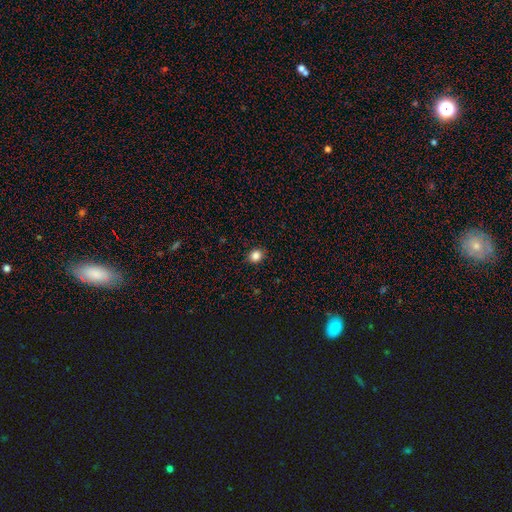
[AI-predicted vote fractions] Morphology: type=smooth (86%); roundness=round (68%); merging=none (90%).